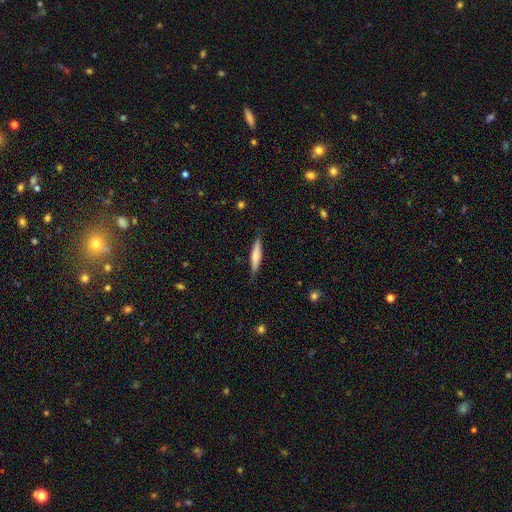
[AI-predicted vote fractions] smooth_or_featured: smooth (p=0.62) [alt: featured or disk p=0.32]
how_rounded: cigar-shaped (p=0.86) [alt: in between p=0.13]
merging: none (p=0.84) [alt: minor disturbance p=0.13]